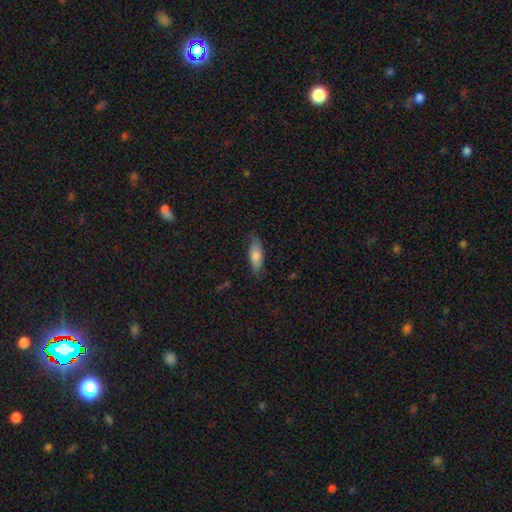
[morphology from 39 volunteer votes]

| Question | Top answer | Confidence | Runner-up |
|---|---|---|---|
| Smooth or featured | smooth | 69% | featured or disk (23%) |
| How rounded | in between | 74% | cigar-shaped (22%) |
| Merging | none | 61% | minor disturbance (31%) |